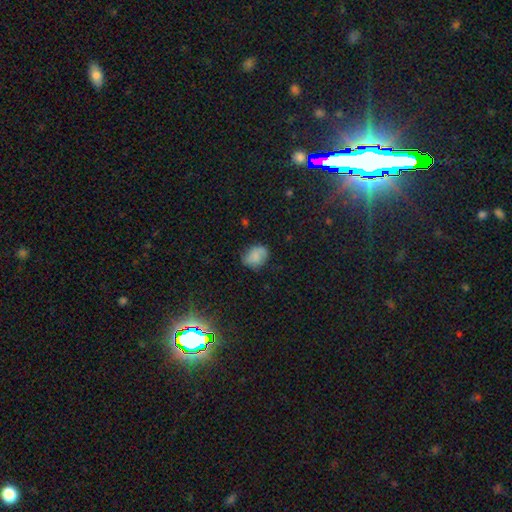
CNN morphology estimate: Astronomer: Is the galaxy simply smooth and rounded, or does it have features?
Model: smooth — 76%.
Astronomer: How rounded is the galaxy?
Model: in between — 60% (runner-up: round, 39%).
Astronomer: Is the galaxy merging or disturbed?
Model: none — 70%.